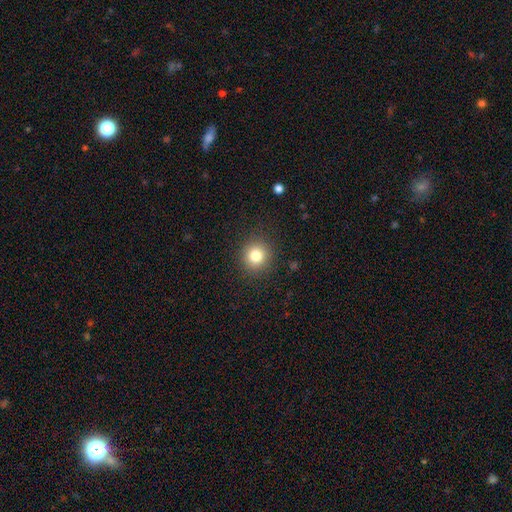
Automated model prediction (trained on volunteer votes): smooth_or_featured: smooth (p=0.81) [alt: star or artifact p=0.12]
how_rounded: round (p=0.91) [alt: in between p=0.08]
merging: none (p=0.90) [alt: minor disturbance p=0.07]